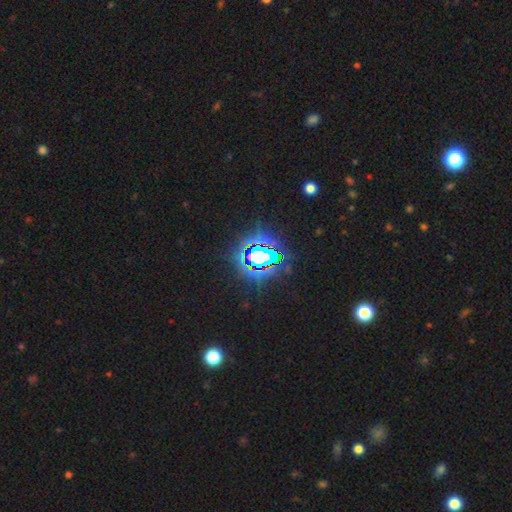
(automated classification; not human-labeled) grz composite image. It shows a star or artifact, not a galaxy (77%).